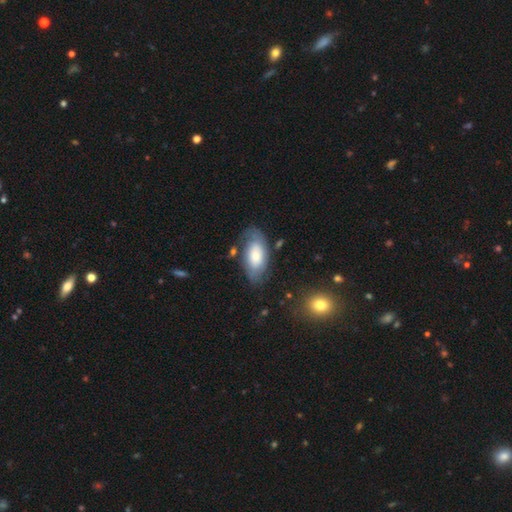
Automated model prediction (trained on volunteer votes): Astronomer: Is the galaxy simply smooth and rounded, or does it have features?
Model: smooth — 54% (runner-up: featured or disk, 40%).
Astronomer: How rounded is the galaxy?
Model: in between — 93%.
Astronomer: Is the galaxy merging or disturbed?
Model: none — 63%.